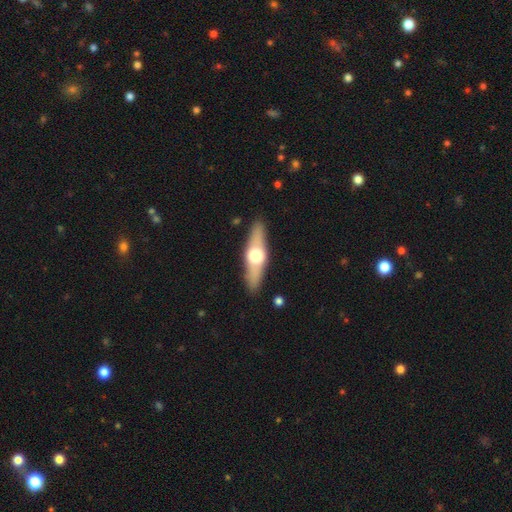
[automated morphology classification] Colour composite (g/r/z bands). It shows a featured or disk galaxy (58%) viewed edge-on (90%) with a rounded central bulge (95%). Merging: none (88%).